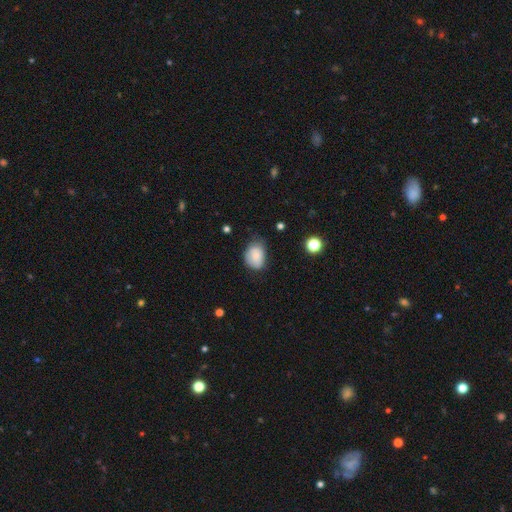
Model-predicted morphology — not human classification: This is likely a smooth galaxy (78%). How rounded: likely in between (68%). Merging: possibly none (50%).